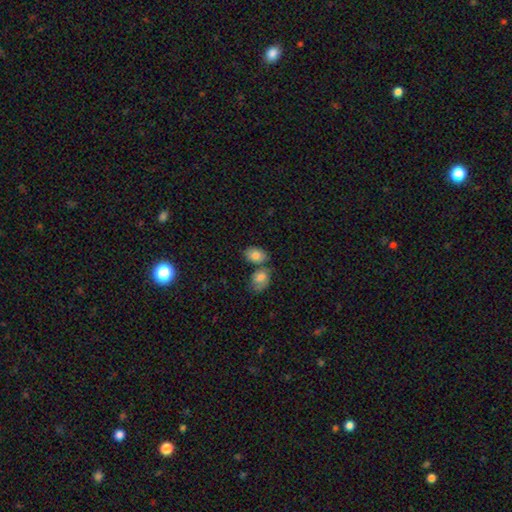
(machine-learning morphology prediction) Smooth or featured: smooth — 80% (featured or disk — 12%)
How rounded: in between — 81% (round — 17%)
Merging: none — 50% (merger — 32%)